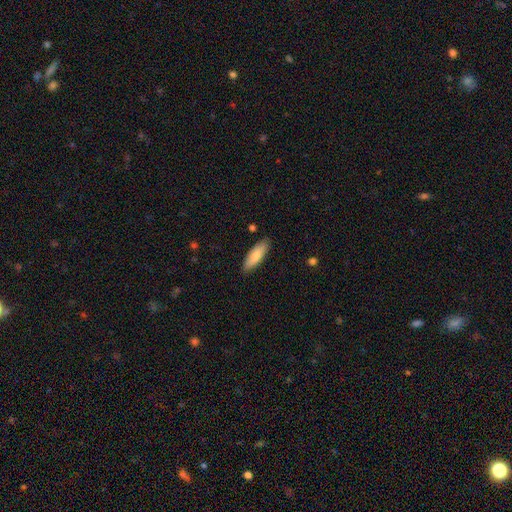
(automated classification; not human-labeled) Smooth or featured? smooth (80%)
How rounded? in between (54%)
Merging? none (87%)